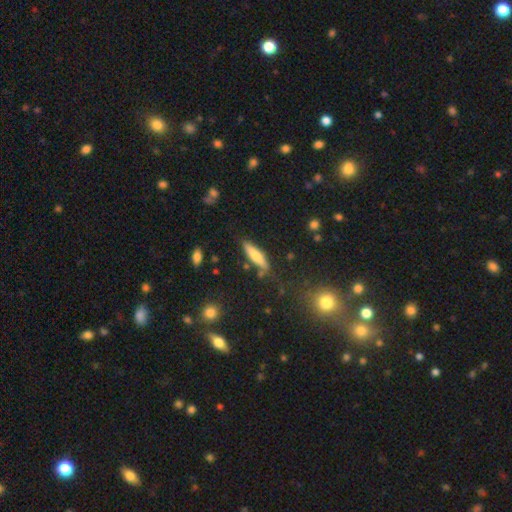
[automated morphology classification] Smooth or featured? smooth (63%)
How rounded? cigar-shaped (74%)
Merging? none (75%)